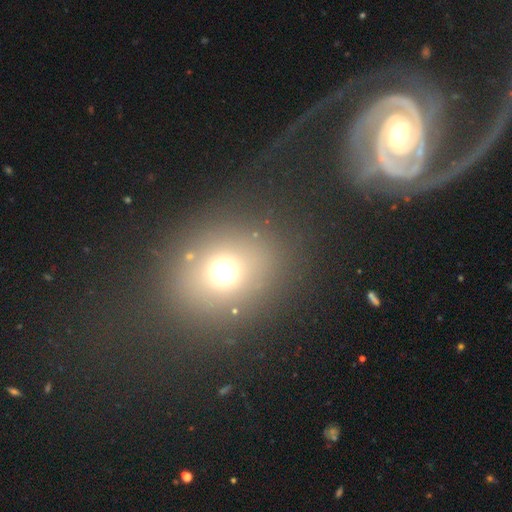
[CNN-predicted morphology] A smooth galaxy with no disk features (62%) that is round (66%). Merging: none (73%).